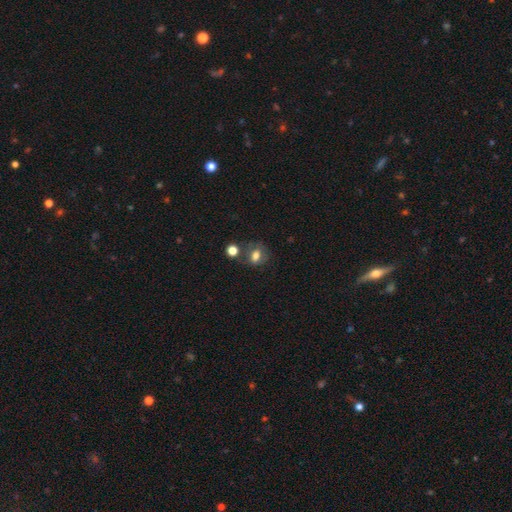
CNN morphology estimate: type=smooth (69%); roundness=in between (60%); merging=none (58%).